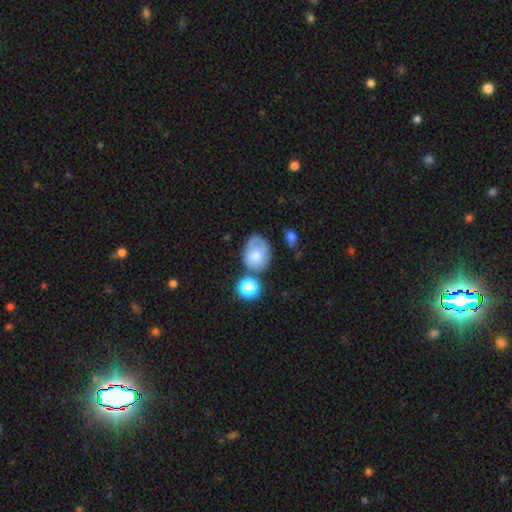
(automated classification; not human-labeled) Smooth or featured? Predicted: smooth (p=0.61). How rounded? Predicted: in between (p=0.56). Merging? Predicted: none (p=0.53).